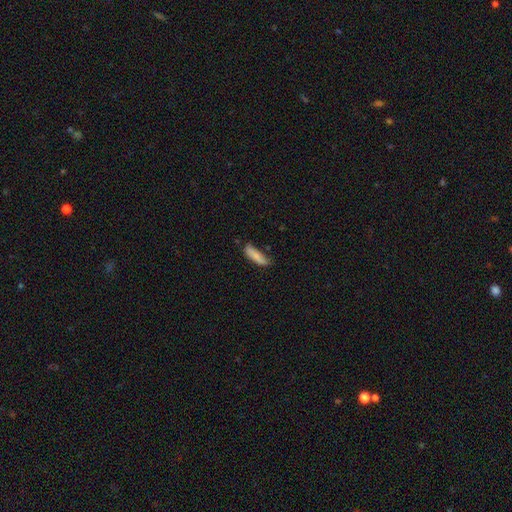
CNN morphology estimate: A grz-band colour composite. It shows a smooth galaxy with no disk features (83%) that is cigar-shaped (58%). Merging: none (58%).